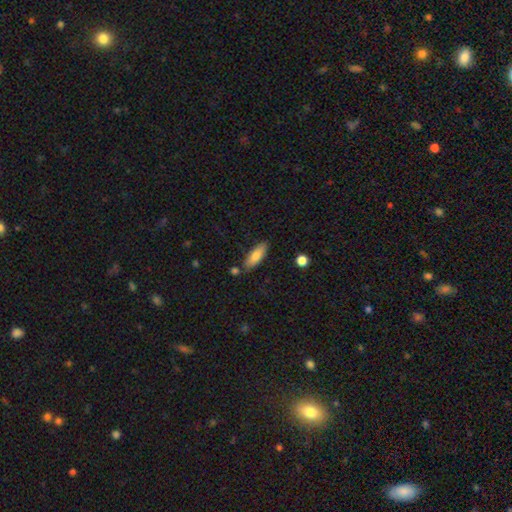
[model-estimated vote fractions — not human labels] This is likely a smooth galaxy (78%). How rounded: likely in between (65%). Merging: likely none (79%).